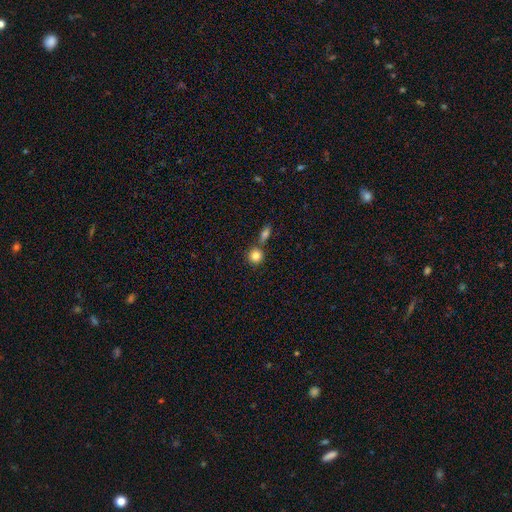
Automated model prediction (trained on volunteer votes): Smooth or featured? Predicted: smooth (p=0.84). How rounded? Predicted: round (p=0.87). Merging? Predicted: none (p=0.66).